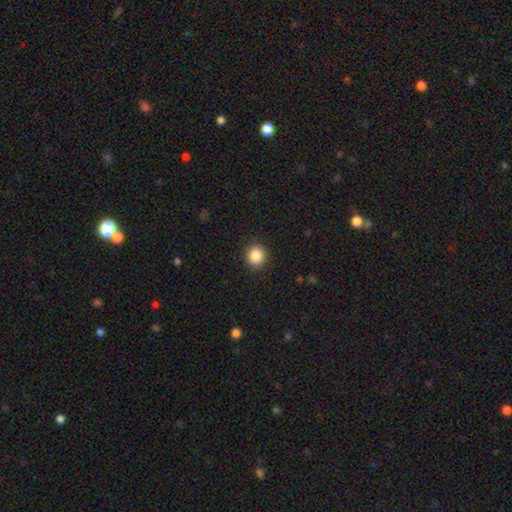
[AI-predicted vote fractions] Smooth or featured? Predicted: smooth (p=0.88). How rounded? Predicted: round (p=0.78). Merging? Predicted: none (p=0.91).